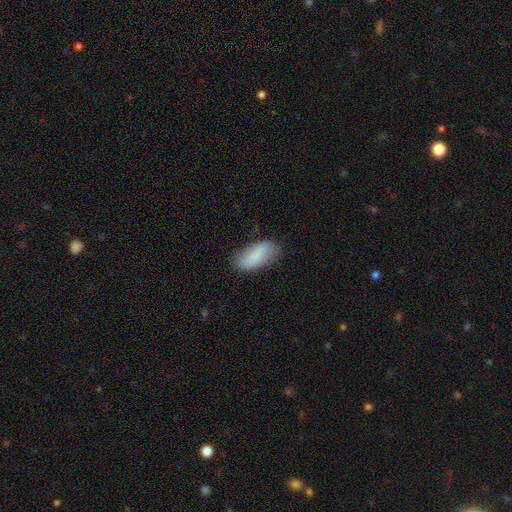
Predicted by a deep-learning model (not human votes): Smooth or featured? Predicted: smooth (p=0.79). How rounded? Predicted: in between (p=0.86). Merging? Predicted: none (p=0.70).